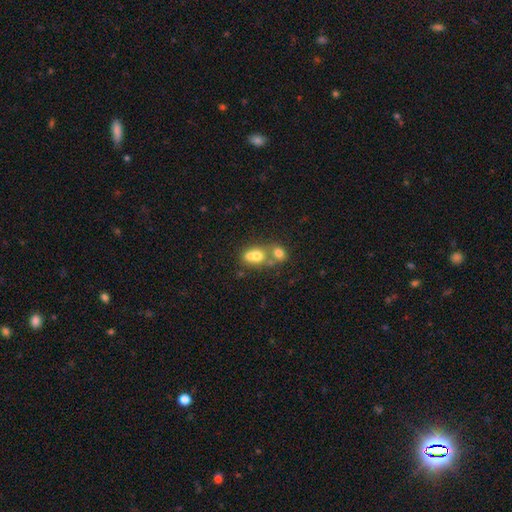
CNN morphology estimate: smooth-or-featured: smooth: 67% | featured or disk: 21% | star or artifact: 12%
  how-rounded: round: 50% | in between: 48% | cigar-shaped: 2%
  merging: merger: 66% | none: 23% | minor disturbance: 7% | major disturbance: 4%